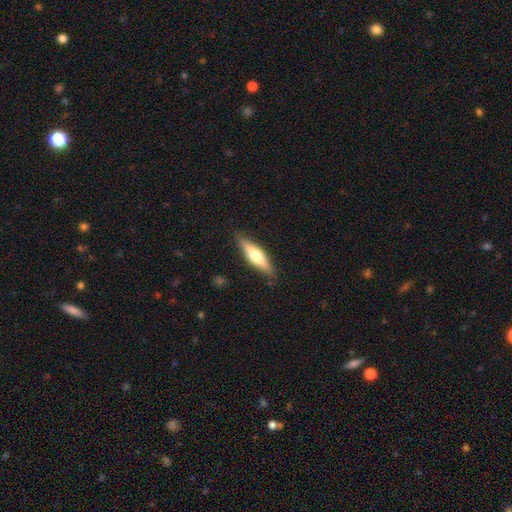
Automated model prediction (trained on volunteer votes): Smooth or featured? Predicted: featured or disk (p=0.49). Merging? Predicted: none (p=0.86).